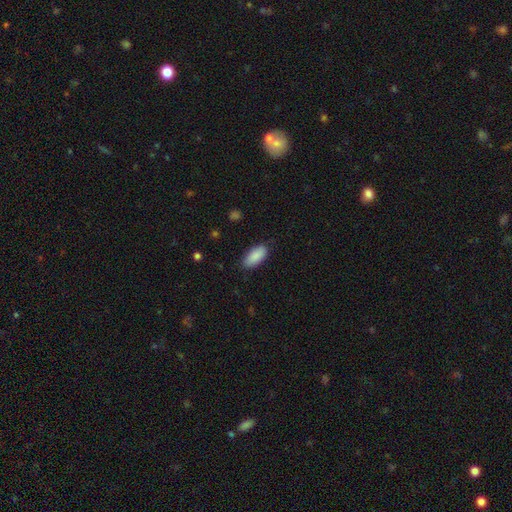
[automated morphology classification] Smooth or featured? smooth (90%)
How rounded? in between (89%)
Merging? none (84%)